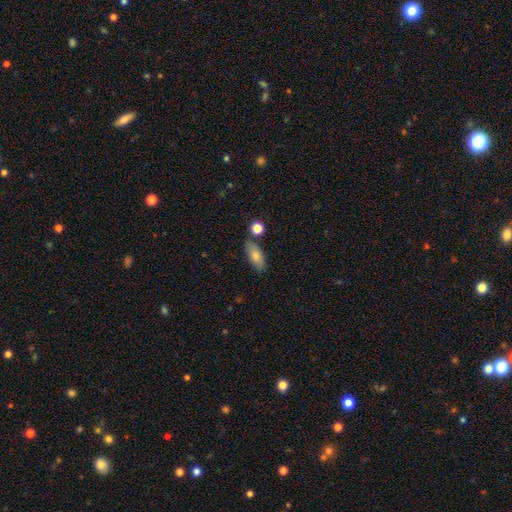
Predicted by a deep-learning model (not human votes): smooth_or_featured: smooth (p=0.79) [alt: featured or disk p=0.13]
how_rounded: in between (p=0.79) [alt: cigar-shaped p=0.17]
merging: none (p=0.75) [alt: minor disturbance p=0.14]